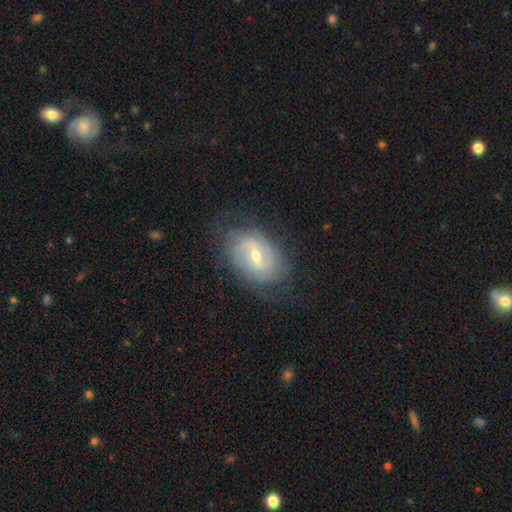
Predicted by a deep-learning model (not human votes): featured or disk 80%, smooth 14%, star or artifact 6%. Down the decision tree: edge-on disk — no (96%); bar — weak (52%); spiral arms — yes (91%); spiral arm count — 2 (50%); spiral winding — tight (50%); bulge size — small (50%); merging — none (72%).